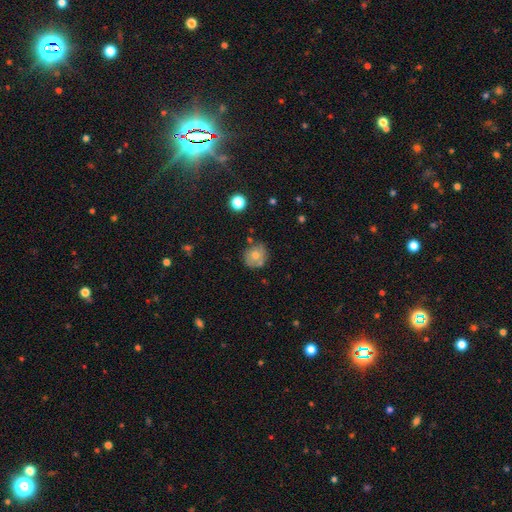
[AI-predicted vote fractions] Smooth or featured? Predicted: smooth (p=0.68). How rounded? Predicted: round (p=0.84). Merging? Predicted: none (p=0.71).